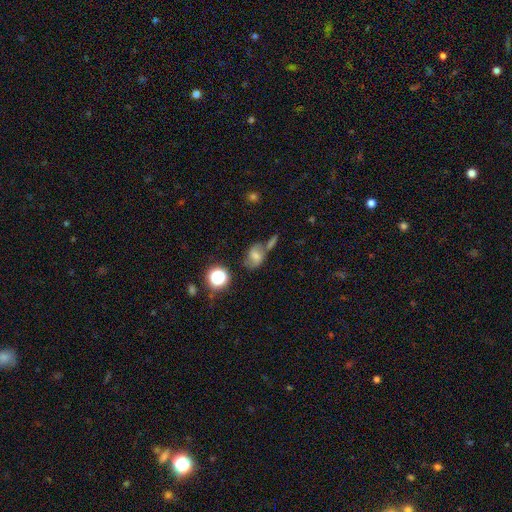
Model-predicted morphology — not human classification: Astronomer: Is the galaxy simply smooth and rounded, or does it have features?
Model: smooth — 49% (runner-up: featured or disk, 34%).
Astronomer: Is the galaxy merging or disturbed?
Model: none — 45% (runner-up: merger, 25%).